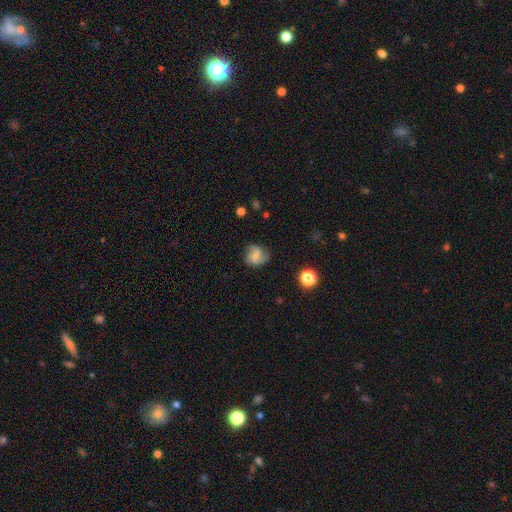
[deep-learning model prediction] smooth_or_featured: smooth (p=0.50) [alt: featured or disk p=0.40]
merging: none (p=0.61) [alt: minor disturbance p=0.26]